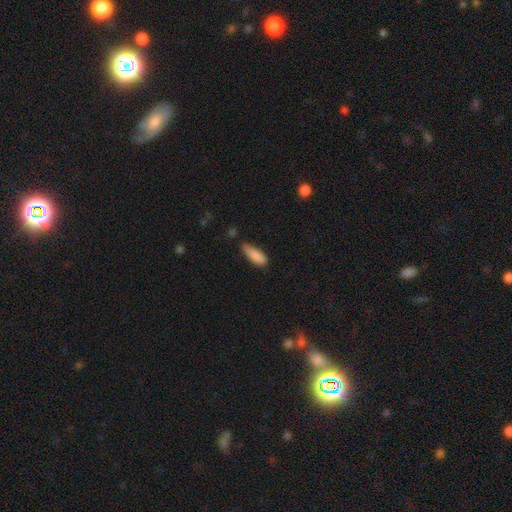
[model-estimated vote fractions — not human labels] The model was most divided on "merging": none: 52%, minor disturbance: 38%, major disturbance: 7%, merger: 4%. More confident: smooth or featured — smooth (86%); how rounded — in between (60%).